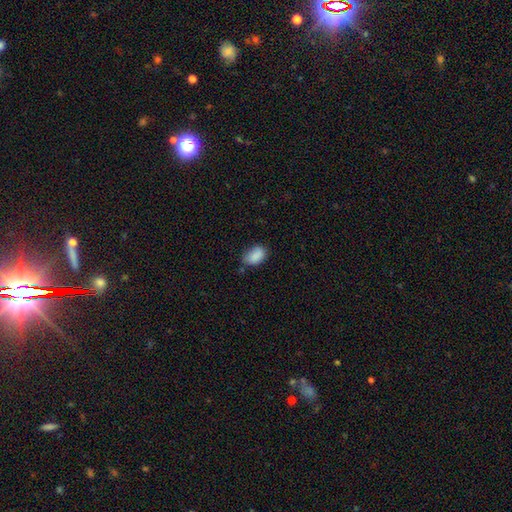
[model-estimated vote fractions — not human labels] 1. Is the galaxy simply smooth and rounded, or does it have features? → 88% smooth, 8% star or artifact, 4% featured or disk.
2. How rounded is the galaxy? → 89% in between, 10% round, 1% cigar-shaped.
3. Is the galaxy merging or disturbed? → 66% none, 26% minor disturbance, 5% major disturbance, 3% merger.